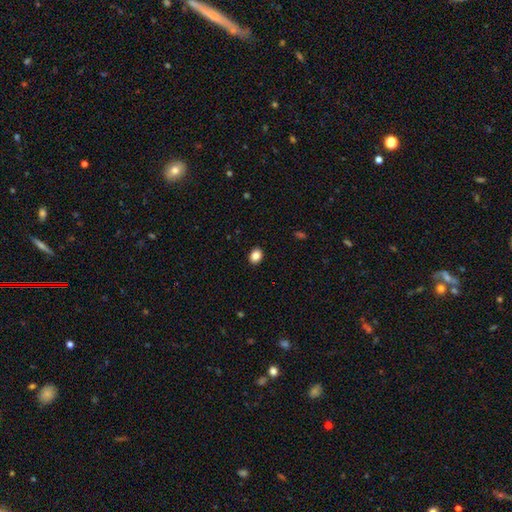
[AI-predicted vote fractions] Smooth or featured?
  - smooth: 86% *
  - star or artifact: 9%
  - featured or disk: 5%
How rounded?
  - in between: 59% *
  - round: 40%
  - cigar-shaped: 1%
Merging?
  - none: 91% *
  - minor disturbance: 7%
  - major disturbance: 2%
  - merger: 1%